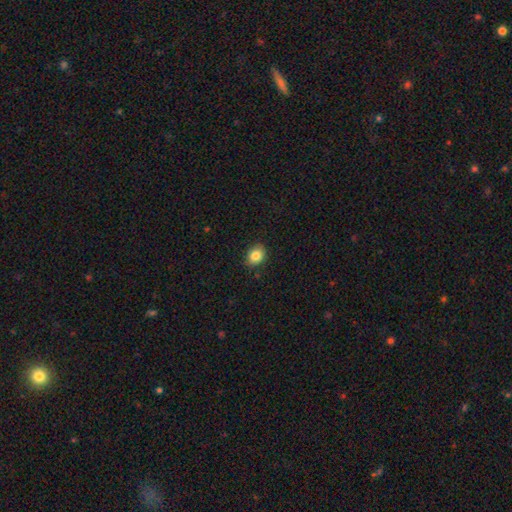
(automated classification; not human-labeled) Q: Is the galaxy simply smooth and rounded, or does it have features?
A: smooth — 84%.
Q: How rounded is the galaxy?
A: in between — 53%.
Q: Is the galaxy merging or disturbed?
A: none — 85%.